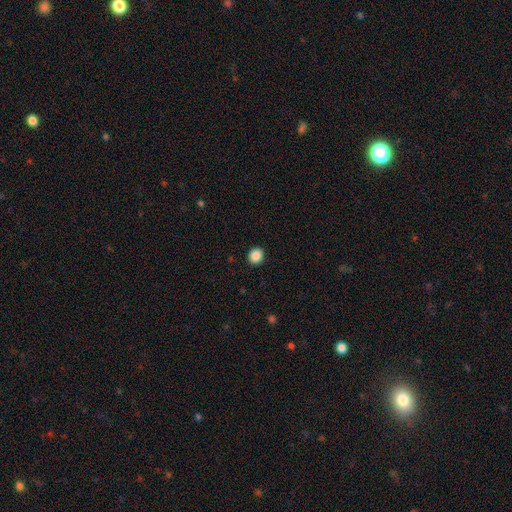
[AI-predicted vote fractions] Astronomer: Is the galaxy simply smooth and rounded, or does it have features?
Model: smooth — 88%.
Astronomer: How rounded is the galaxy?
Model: round — 81%.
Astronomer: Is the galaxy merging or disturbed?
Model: none — 92%.